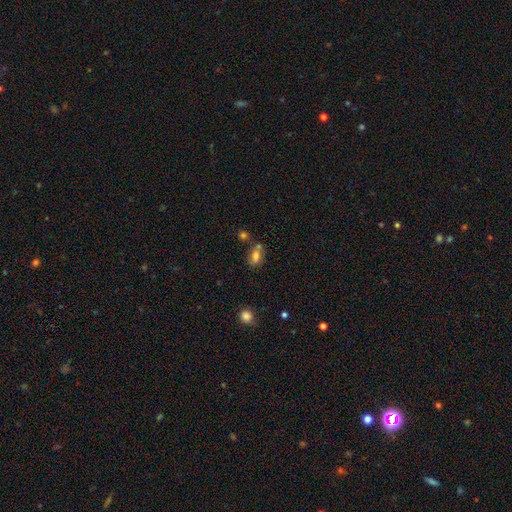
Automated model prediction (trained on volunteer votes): Q: Smooth or featured?
A: smooth (73%); runner-up: featured or disk (14%)
Q: How rounded?
A: in between (76%); runner-up: round (21%)
Q: Merging?
A: none (49%); runner-up: merger (29%)